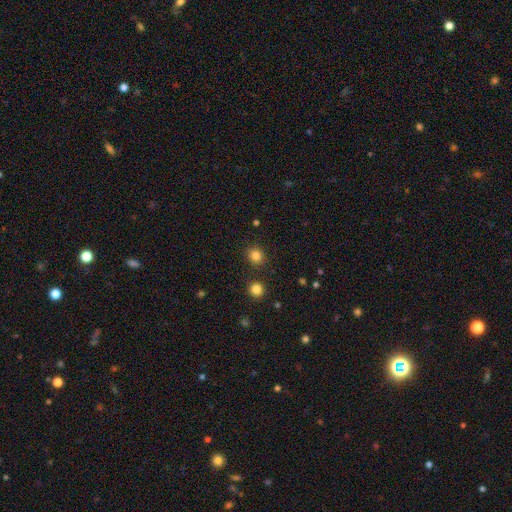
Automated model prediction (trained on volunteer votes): Smooth or featured: smooth — 83% (star or artifact — 13%)
How rounded: round — 85% (in between — 14%)
Merging: none — 88% (minor disturbance — 7%)